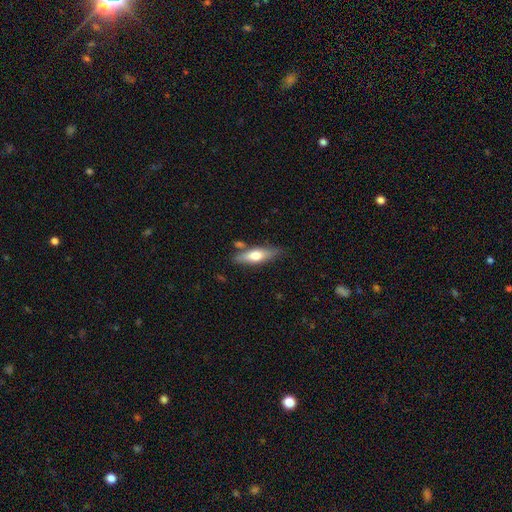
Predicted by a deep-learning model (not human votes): Smooth or featured: smooth — 54% (featured or disk — 40%)
How rounded: cigar-shaped — 58% (in between — 39%)
Merging: none — 73% (minor disturbance — 15%)